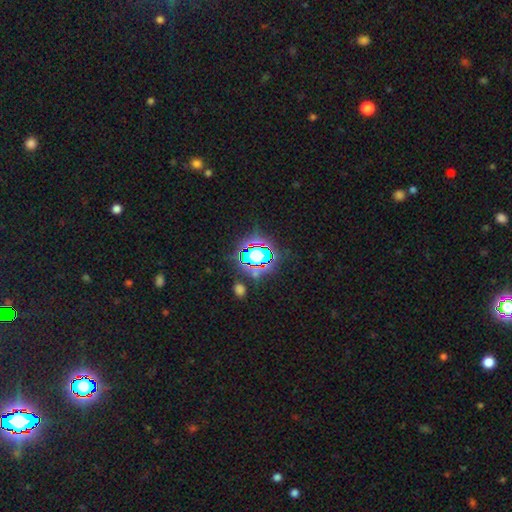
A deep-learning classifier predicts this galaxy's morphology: The model was most divided on "smooth or featured": star or artifact: 63%, smooth: 24%, featured or disk: 13%.